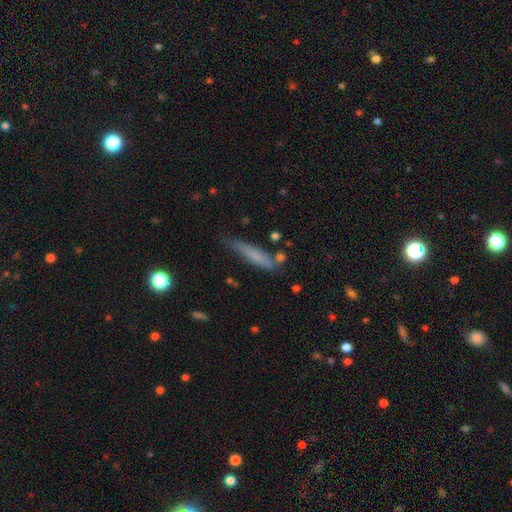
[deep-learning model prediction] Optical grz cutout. It shows a smooth galaxy with no disk features (67%) that is cigar-shaped (87%). Merging: none (66%).